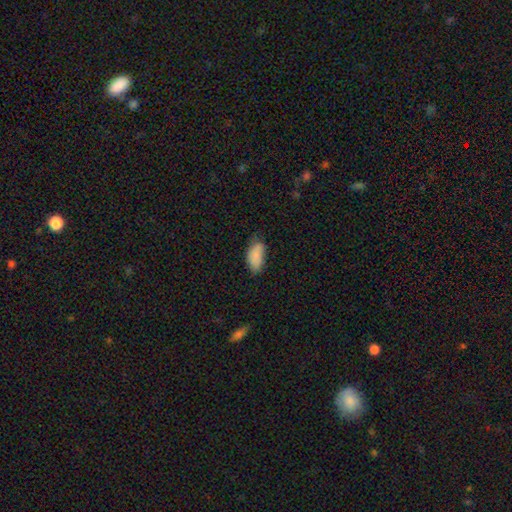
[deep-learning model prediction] Q: Smooth or featured?
A: smooth (84%); runner-up: star or artifact (8%)
Q: How rounded?
A: in between (91%); runner-up: cigar-shaped (6%)
Q: Merging?
A: none (51%); runner-up: minor disturbance (36%)